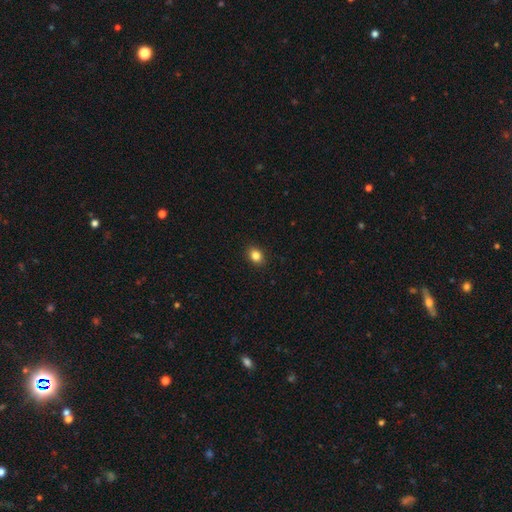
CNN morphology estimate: A smooth galaxy with no disk features (85%) that is in between round and cigar-shaped (57%). Merging: none (90%).